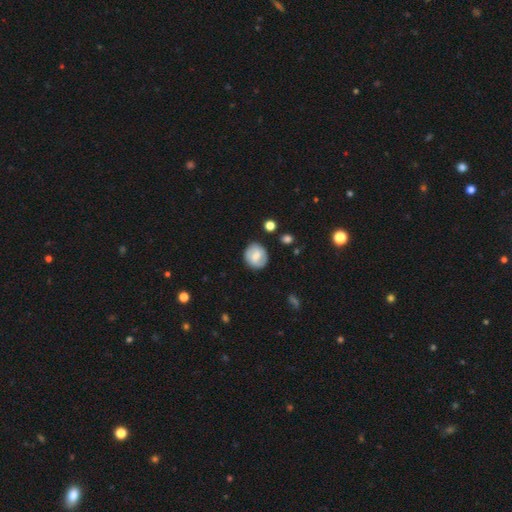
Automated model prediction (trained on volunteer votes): The model was most divided on "smooth or featured": smooth: 57%, featured or disk: 36%, star or artifact: 7%. More confident: merging — none (83%); how rounded — round (78%).